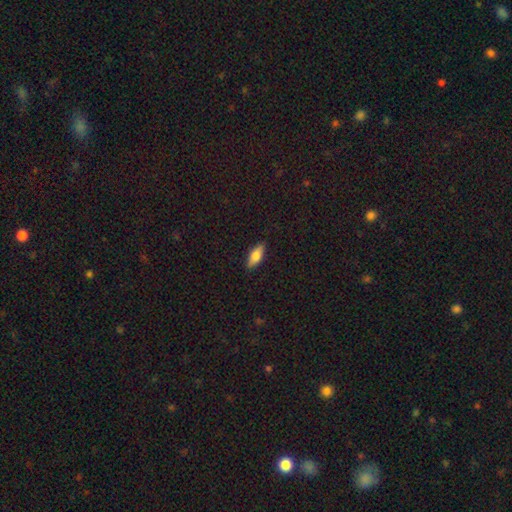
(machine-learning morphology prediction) Overall: smooth (72%). How rounded: in between (76%). Merging: none (88%).